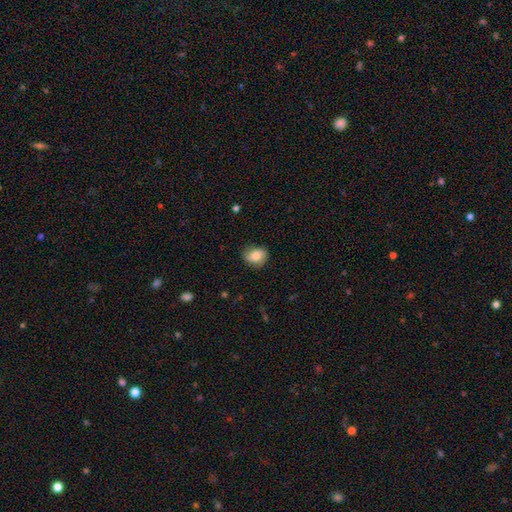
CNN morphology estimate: The model was most divided on "how rounded": round: 54%, in between: 45%, cigar-shaped: 1%. More confident: merging — none (77%); smooth or featured — smooth (76%).